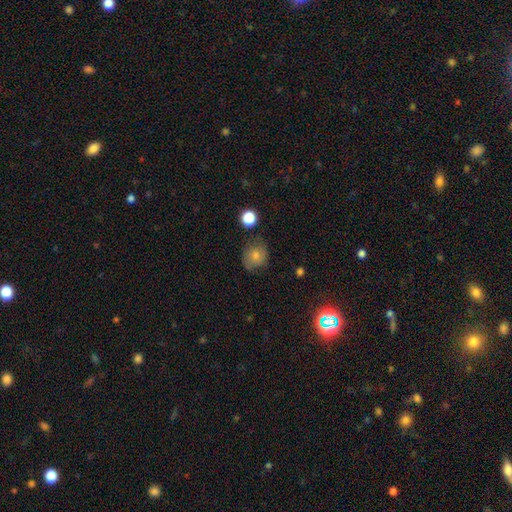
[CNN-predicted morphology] type=smooth (67%); roundness=round (72%); merging=none (68%).